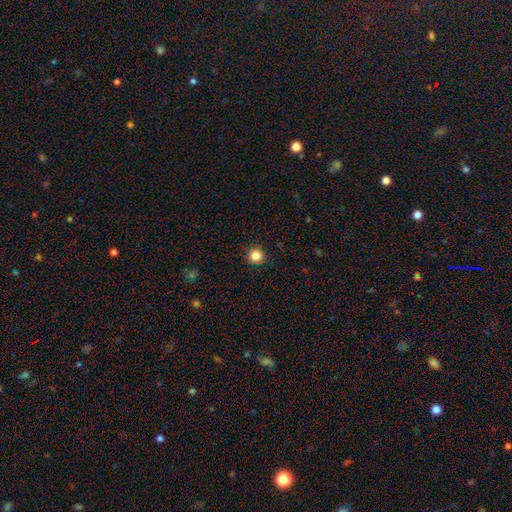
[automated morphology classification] Smooth or featured? smooth (85%)
How rounded? round (96%)
Merging? none (93%)